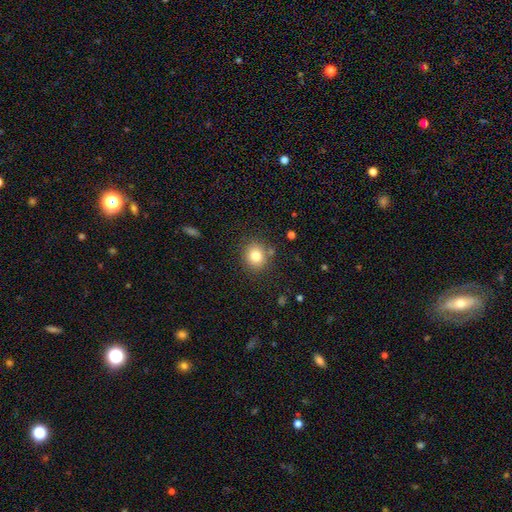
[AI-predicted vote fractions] smooth 80%, star or artifact 11%, featured or disk 9%. Down the decision tree: how rounded — round (82%); merging — none (83%).